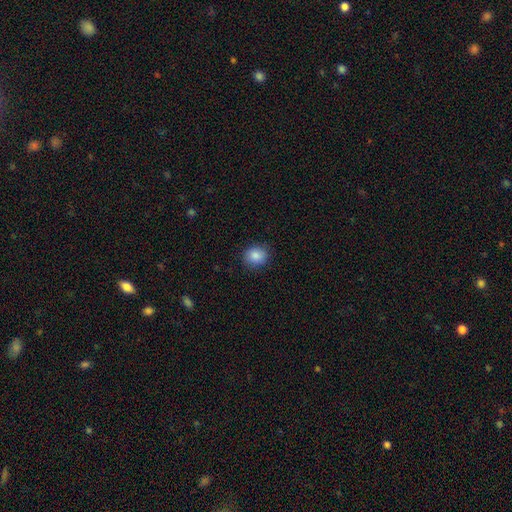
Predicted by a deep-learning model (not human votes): smooth_or_featured: smooth (p=0.87) [alt: star or artifact p=0.09]
how_rounded: round (p=0.72) [alt: in between p=0.27]
merging: none (p=0.87) [alt: minor disturbance p=0.10]